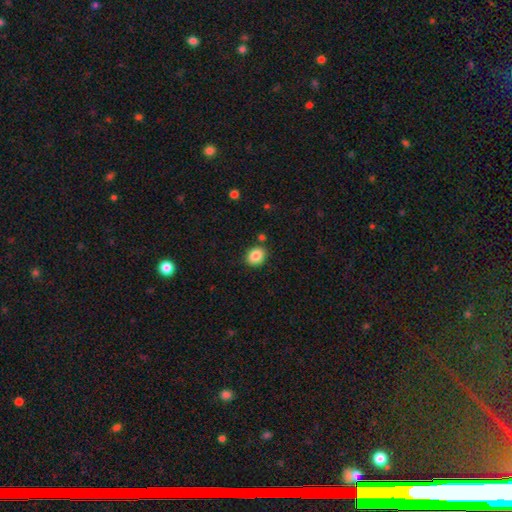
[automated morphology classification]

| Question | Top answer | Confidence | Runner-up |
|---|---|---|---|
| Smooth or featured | smooth | 86% | star or artifact (9%) |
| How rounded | round | 56% | in between (44%) |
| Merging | none | 83% | minor disturbance (10%) |